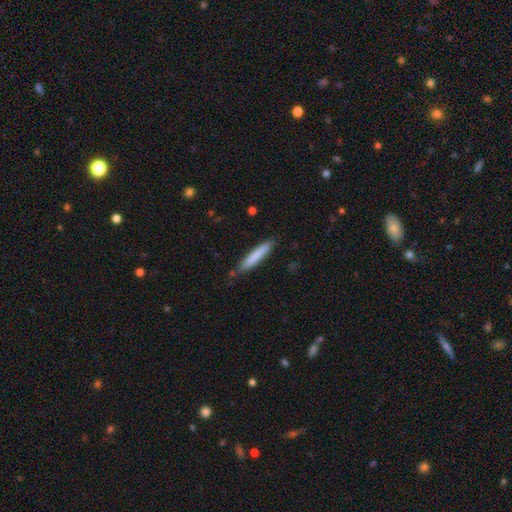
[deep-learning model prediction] A smooth galaxy with no disk features (80%) that is cigar-shaped (92%).

Vote fractions:
- Smooth or featured? smooth: 80% / featured or disk: 15% / star or artifact: 6%
- How rounded? cigar-shaped: 92% / in between: 7% / round: 1%
- Merging? none: 83% / minor disturbance: 13% / merger: 2% / major disturbance: 2%